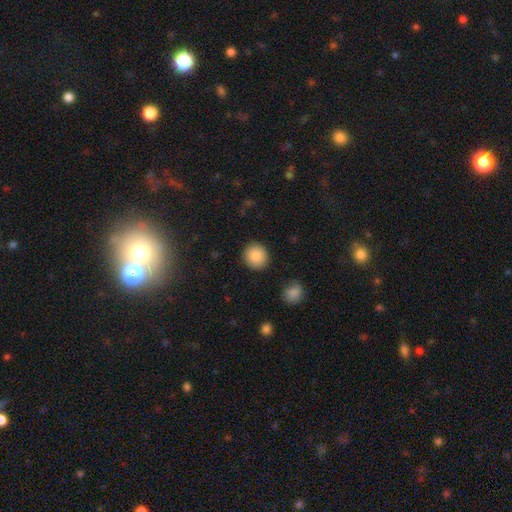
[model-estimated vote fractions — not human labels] Smooth or featured?
  - smooth: 88% *
  - star or artifact: 8%
  - featured or disk: 4%
How rounded?
  - round: 90% *
  - in between: 9%
  - cigar-shaped: 1%
Merging?
  - none: 90% *
  - minor disturbance: 6%
  - major disturbance: 2%
  - merger: 1%